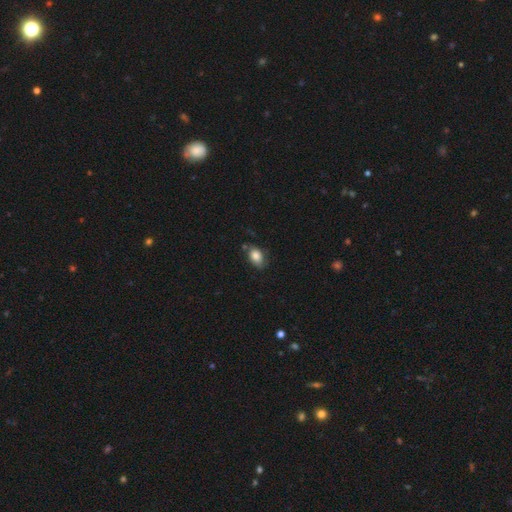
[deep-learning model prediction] Morphology: type=smooth (79%); roundness=in between (81%); merging=none (57%).